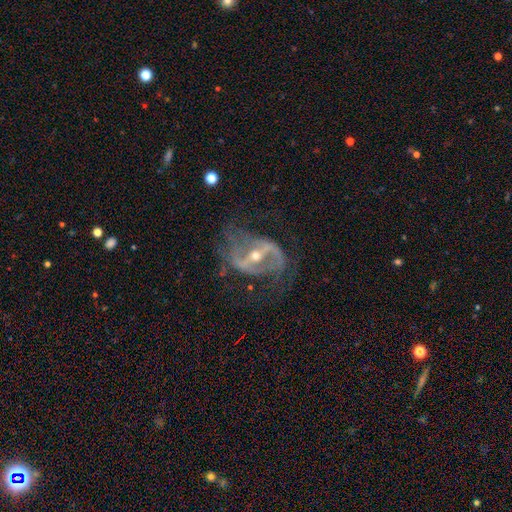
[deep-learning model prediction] Smooth or featured? featured or disk (88%)
Edge-on disk? no (95%)
Bar? strong (67%)
Spiral arms? yes (86%)
Spiral winding? loose (43%)
Spiral arm count? 2 (77%)
Bulge size? moderate (52%)
Merging? none (54%)